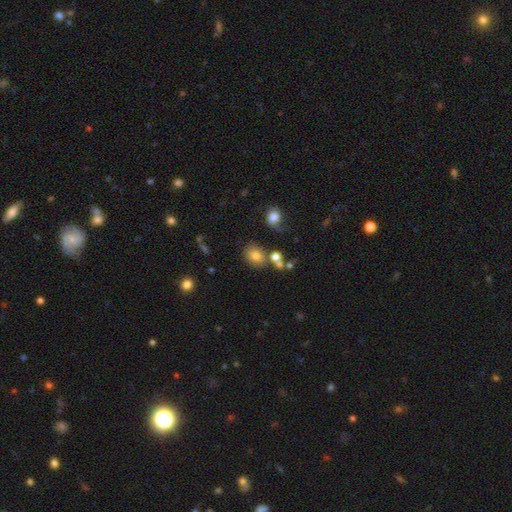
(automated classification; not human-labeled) Smooth or featured? Predicted: smooth (p=0.76). How rounded? Predicted: round (p=0.60). Merging? Predicted: none (p=0.68).